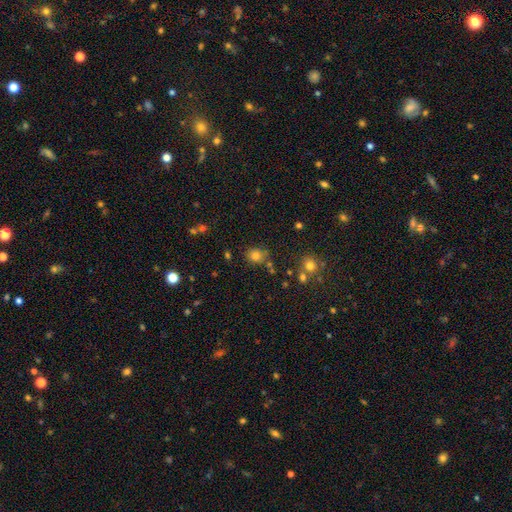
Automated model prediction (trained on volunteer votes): Q: Smooth or featured?
A: smooth (77%); runner-up: star or artifact (15%)
Q: How rounded?
A: round (71%); runner-up: in between (28%)
Q: Merging?
A: none (72%); runner-up: minor disturbance (16%)